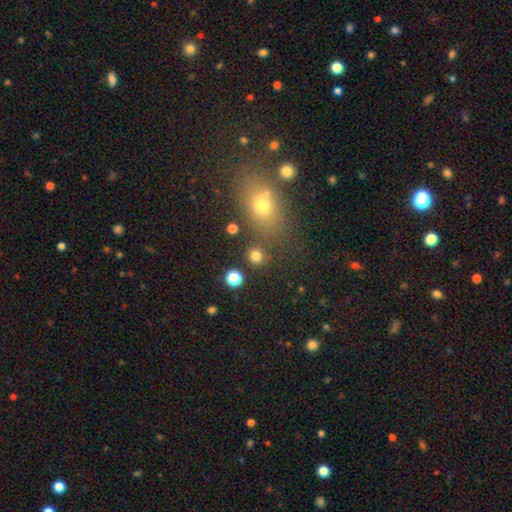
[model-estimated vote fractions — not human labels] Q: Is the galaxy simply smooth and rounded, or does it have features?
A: smooth — 78%.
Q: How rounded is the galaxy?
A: round — 85%.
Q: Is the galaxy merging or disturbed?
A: none — 79%.